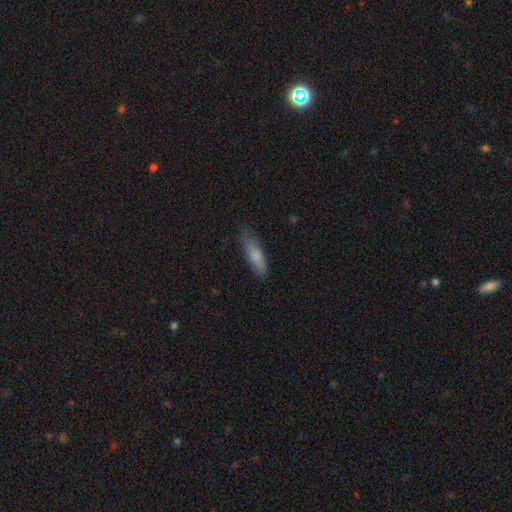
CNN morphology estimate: A smooth galaxy with no disk features (80%) that is cigar-shaped (55%).

Vote fractions:
- Smooth or featured? smooth: 80% / featured or disk: 14% / star or artifact: 6%
- How rounded? cigar-shaped: 55% / in between: 43% / round: 2%
- Merging? none: 71% / minor disturbance: 23% / major disturbance: 5% / merger: 1%